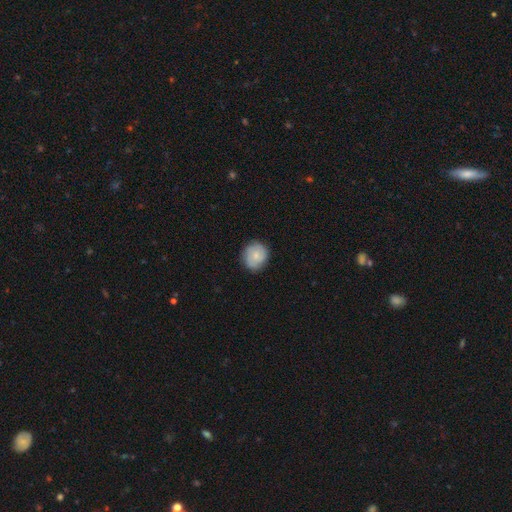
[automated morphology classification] Smooth or featured? smooth (73%)
How rounded? round (85%)
Merging? none (80%)